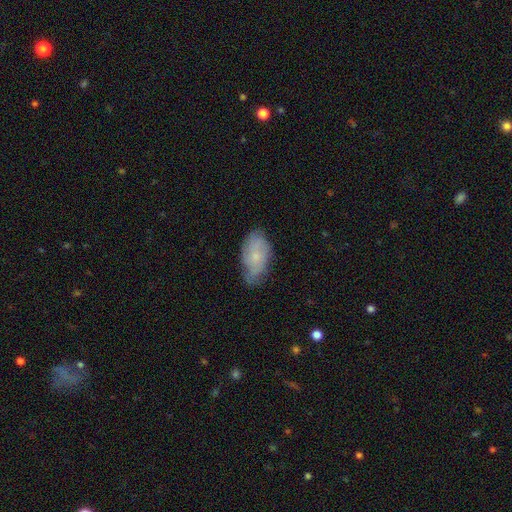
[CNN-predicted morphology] Q: Smooth or featured?
A: smooth (55%); runner-up: featured or disk (38%)
Q: How rounded?
A: in between (92%); runner-up: round (4%)
Q: Merging?
A: none (59%); runner-up: minor disturbance (32%)